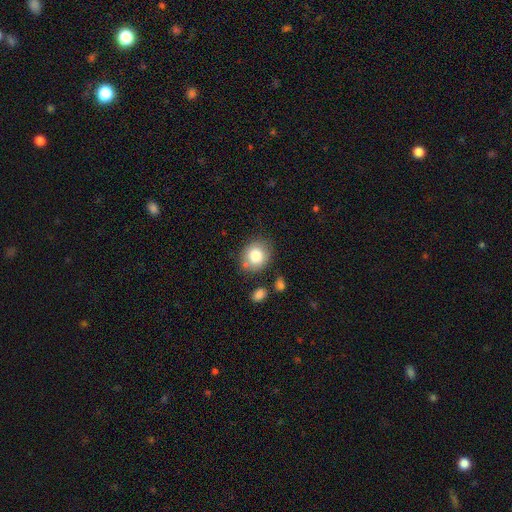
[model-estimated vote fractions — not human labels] smooth_or_featured: smooth (p=0.80) [alt: featured or disk p=0.11]
how_rounded: round (p=0.75) [alt: in between p=0.24]
merging: none (p=0.74) [alt: minor disturbance p=0.15]